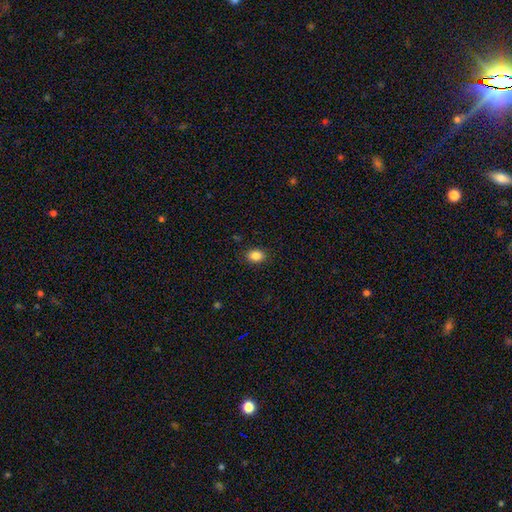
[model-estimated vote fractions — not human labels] Smooth or featured: smooth — 86% (star or artifact — 9%)
How rounded: in between — 66% (round — 33%)
Merging: none — 88% (minor disturbance — 9%)